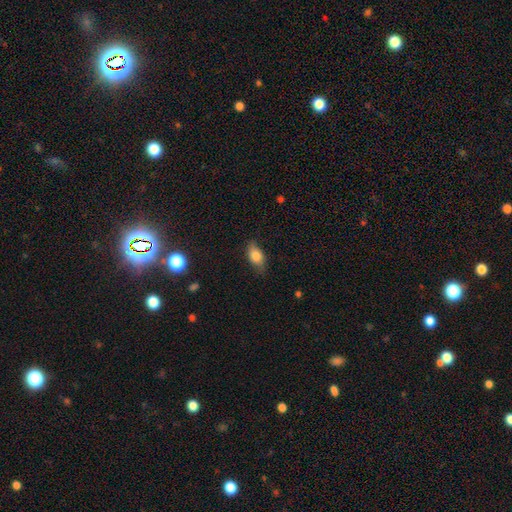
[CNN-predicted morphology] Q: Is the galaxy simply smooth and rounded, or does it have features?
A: smooth — 80%.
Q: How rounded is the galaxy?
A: in between — 86%.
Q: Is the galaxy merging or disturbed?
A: none — 77%.